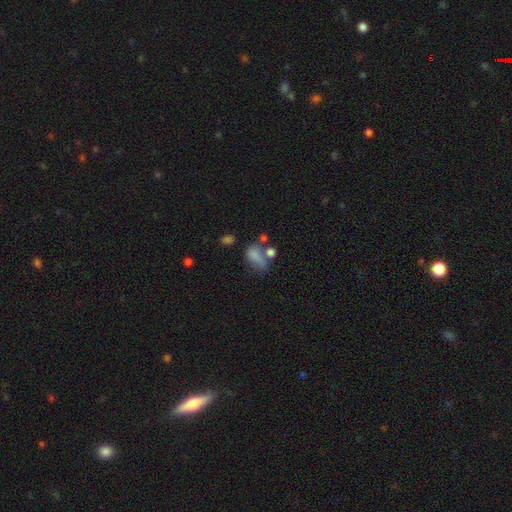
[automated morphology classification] Smooth or featured? Predicted: smooth (p=0.71). How rounded? Predicted: in between (p=0.77). Merging? Predicted: merger (p=0.30).